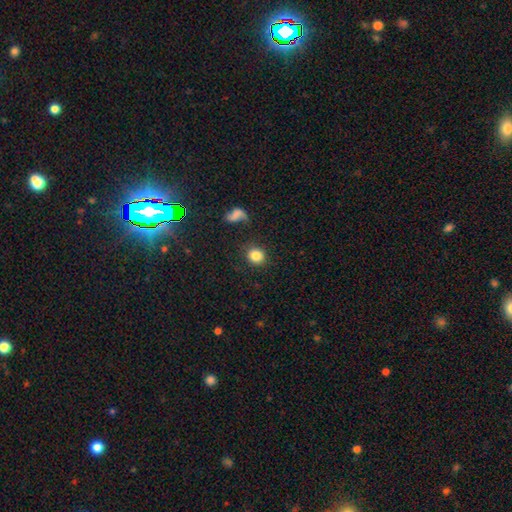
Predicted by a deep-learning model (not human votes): Smooth or featured?
  - smooth: 83% *
  - star or artifact: 10%
  - featured or disk: 7%
How rounded?
  - round: 85% *
  - in between: 14%
  - cigar-shaped: 1%
Merging?
  - none: 84% *
  - minor disturbance: 8%
  - major disturbance: 4%
  - merger: 3%